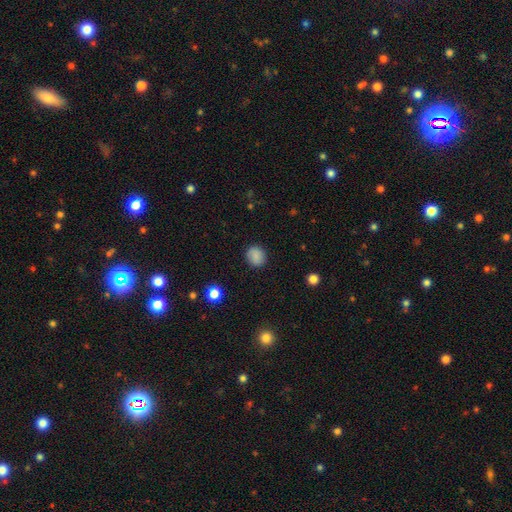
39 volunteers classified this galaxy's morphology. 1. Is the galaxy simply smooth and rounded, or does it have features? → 92% smooth, 5% star or artifact, 3% featured or disk.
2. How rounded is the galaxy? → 67% round, 33% in between, 0% cigar-shaped.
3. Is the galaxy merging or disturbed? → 86% none, 5% minor disturbance, 5% major disturbance, 3% merger.